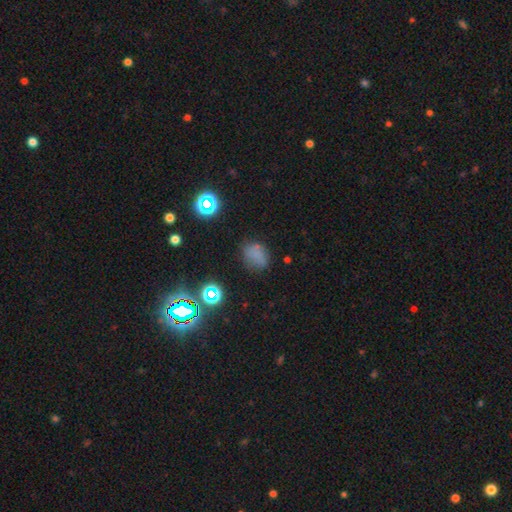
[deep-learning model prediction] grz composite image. It shows a smooth galaxy with no disk features (68%) that is in between round and cigar-shaped (55%). Merging: none (68%).